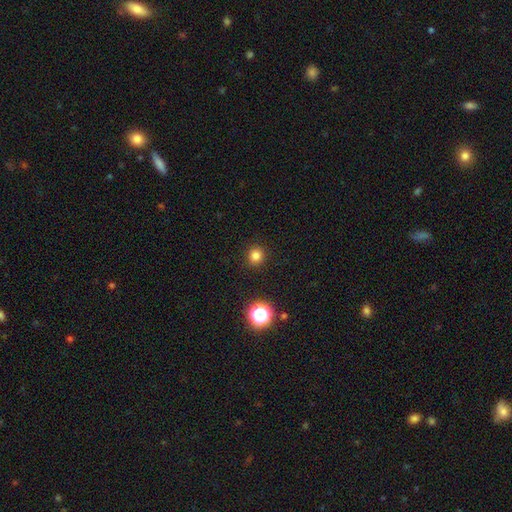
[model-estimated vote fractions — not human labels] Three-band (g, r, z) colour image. It shows a smooth galaxy with no disk features (80%) that is round (94%). Merging: none (92%).